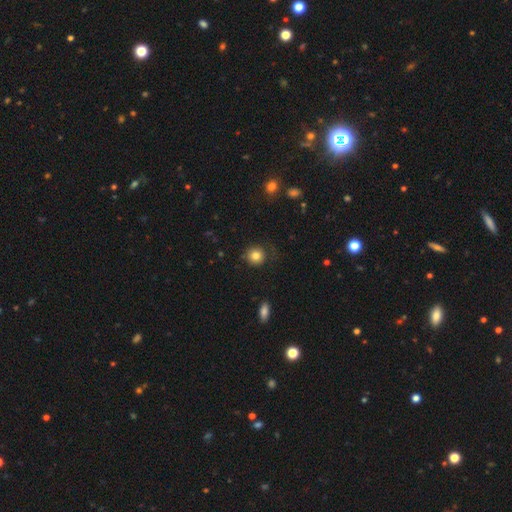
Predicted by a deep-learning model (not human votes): Smooth or featured? Predicted: smooth (p=0.82). How rounded? Predicted: round (p=0.89). Merging? Predicted: none (p=0.79).